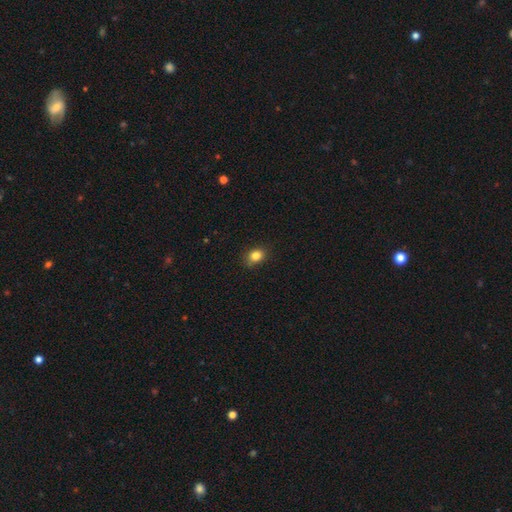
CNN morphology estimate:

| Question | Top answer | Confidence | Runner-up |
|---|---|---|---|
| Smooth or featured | smooth | 84% | star or artifact (11%) |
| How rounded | round | 49% | tied: in between (49%) |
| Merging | none | 83% | minor disturbance (14%) |